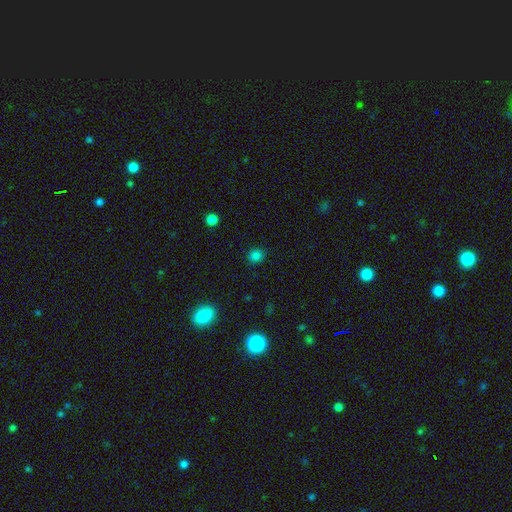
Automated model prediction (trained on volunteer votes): Smooth or featured? smooth (81%)
How rounded? round (79%)
Merging? none (89%)